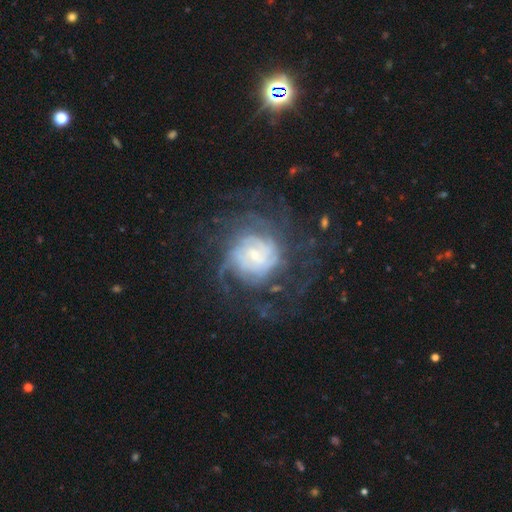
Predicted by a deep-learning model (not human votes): Smooth or featured? featured or disk (82%)
Edge-on disk? no (97%)
Bar? no (57%)
Spiral arms? yes (93%)
Spiral winding? tight (55%)
Spiral arm count? can't tell (42%)
Bulge size? small (61%)
Merging? none (62%)